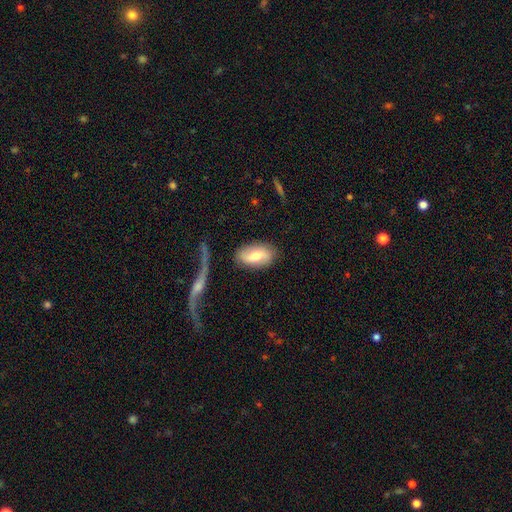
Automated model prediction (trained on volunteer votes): Overall: smooth (55%; featured or disk 39%). How rounded: in between (90%). Merging: none (80%).